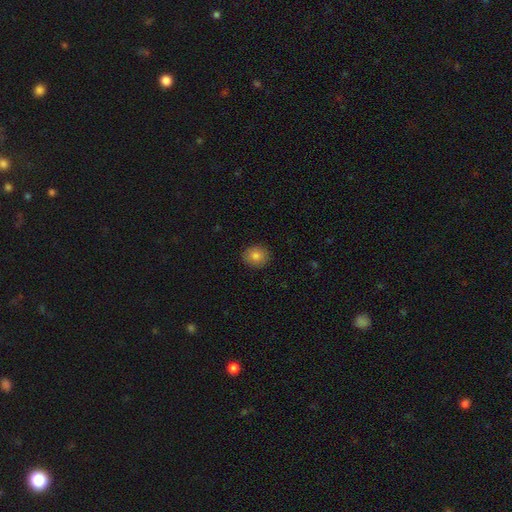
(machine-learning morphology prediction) Smooth or featured: smooth — 83% (star or artifact — 9%)
How rounded: round — 75% (in between — 24%)
Merging: none — 89% (minor disturbance — 8%)